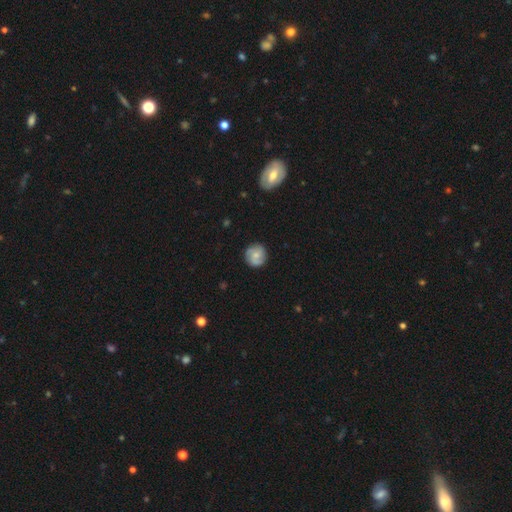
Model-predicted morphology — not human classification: Q: Smooth or featured?
A: smooth (49%); runner-up: featured or disk (44%)
Q: Merging?
A: none (83%); runner-up: minor disturbance (13%)